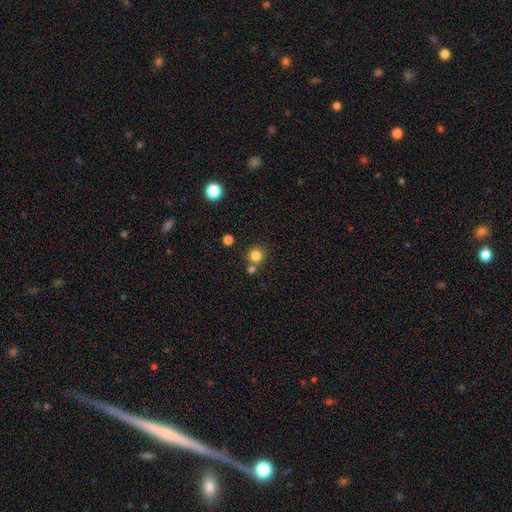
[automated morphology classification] This appears to be a smooth galaxy with no disk features (82%) that is round (93%). Merging: none (72%).